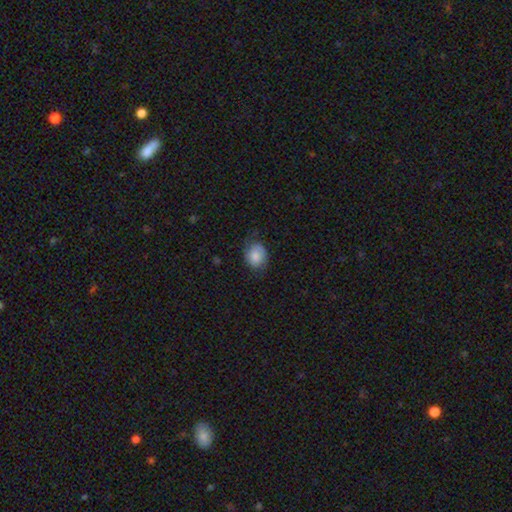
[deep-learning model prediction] Smooth or featured: smooth — 71% (featured or disk — 21%)
How rounded: round — 51% (in between — 48%)
Merging: none — 64% (minor disturbance — 25%)